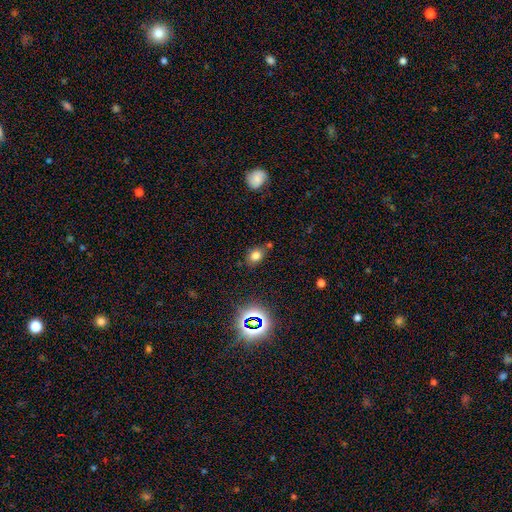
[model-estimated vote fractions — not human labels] smooth 73%, star or artifact 19%, featured or disk 8%. Down the decision tree: how rounded — in between (54%); merging — none (72%).